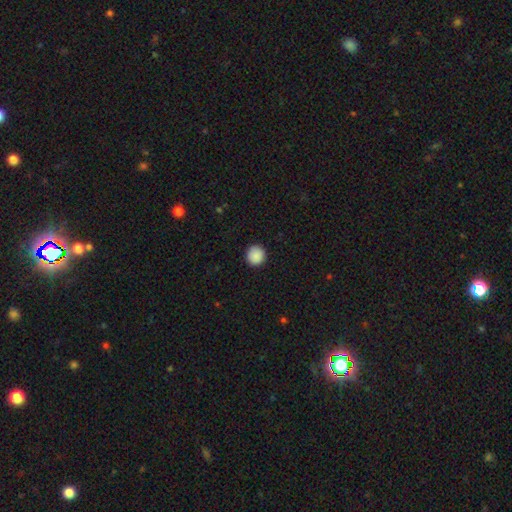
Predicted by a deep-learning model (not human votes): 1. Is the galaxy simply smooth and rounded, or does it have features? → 89% smooth, 8% star or artifact, 3% featured or disk.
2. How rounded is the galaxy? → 93% round, 6% in between, 1% cigar-shaped.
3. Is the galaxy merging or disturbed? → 92% none, 5% minor disturbance, 2% major disturbance, 1% merger.